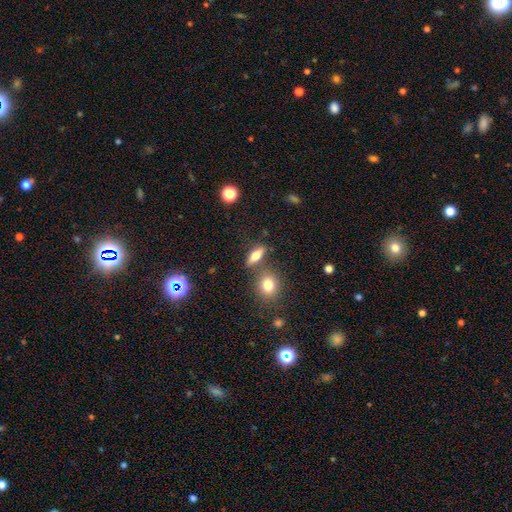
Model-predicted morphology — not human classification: Smooth or featured? smooth (60%)
How rounded? in between (52%)
Merging? none (71%)